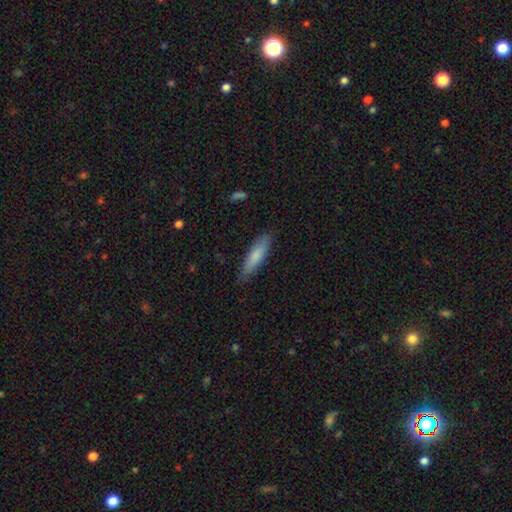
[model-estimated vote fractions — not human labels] smooth 77%, featured or disk 18%, star or artifact 6%. Down the decision tree: how rounded — cigar-shaped (72%); merging — none (85%).